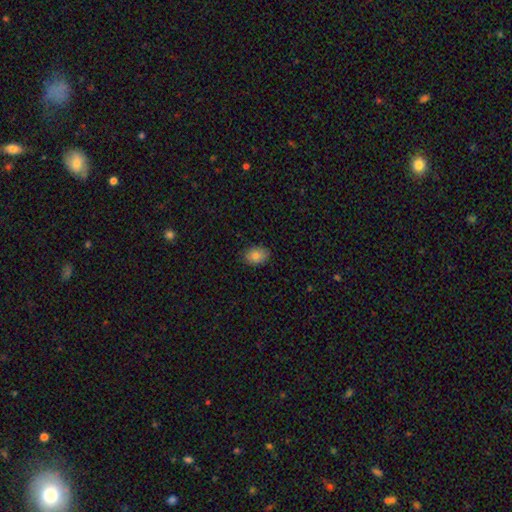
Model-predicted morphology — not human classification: This is clearly a smooth galaxy (84%). How rounded: likely in between (76%). Merging: clearly none (86%).